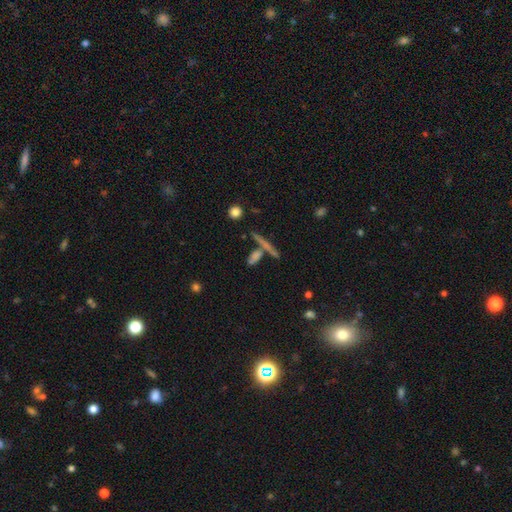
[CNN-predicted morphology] Q: Smooth or featured?
A: smooth (51%); runner-up: featured or disk (33%)
Q: How rounded?
A: cigar-shaped (61%); runner-up: in between (26%)
Q: Merging?
A: none (59%); runner-up: merger (26%)